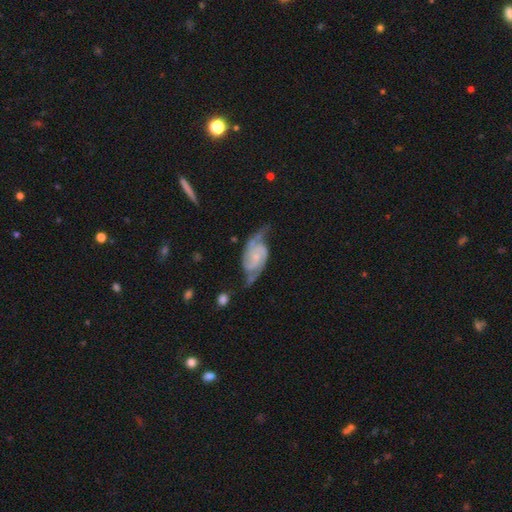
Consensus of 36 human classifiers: Smooth or featured? 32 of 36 (89%) said featured or disk. Edge-on disk? 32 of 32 (100%) said no. Bar? 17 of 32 (53%) said no. Spiral arms? 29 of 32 (91%) said yes. Spiral winding? 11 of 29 (38%) said tight. Spiral arm count? 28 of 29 (97%) said 2. Bulge size? 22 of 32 (69%) said small. Merging? 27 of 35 (77%) said none.